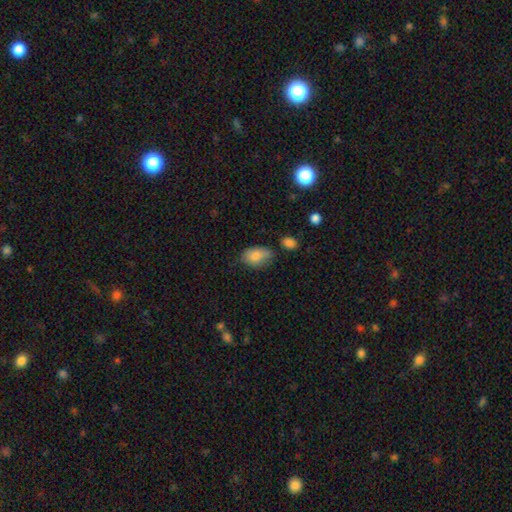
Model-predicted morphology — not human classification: smooth 82%, featured or disk 10%, star or artifact 8%. Down the decision tree: how rounded — in between (89%); merging — none (62%).